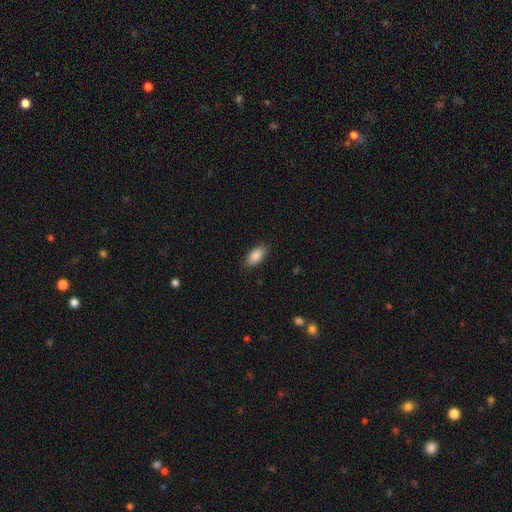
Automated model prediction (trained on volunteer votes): smooth_or_featured: smooth (p=0.88) [alt: star or artifact p=0.07]
how_rounded: in between (p=0.91) [alt: cigar-shaped p=0.06]
merging: none (p=0.87) [alt: minor disturbance p=0.10]